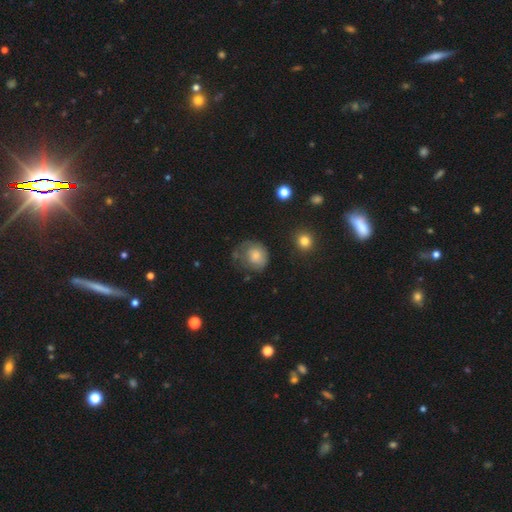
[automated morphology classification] The model was most divided on "merging": none: 38%, minor disturbance: 31%, major disturbance: 28%, merger: 3%. More confident: smooth or featured — smooth (67%); how rounded — round (67%).